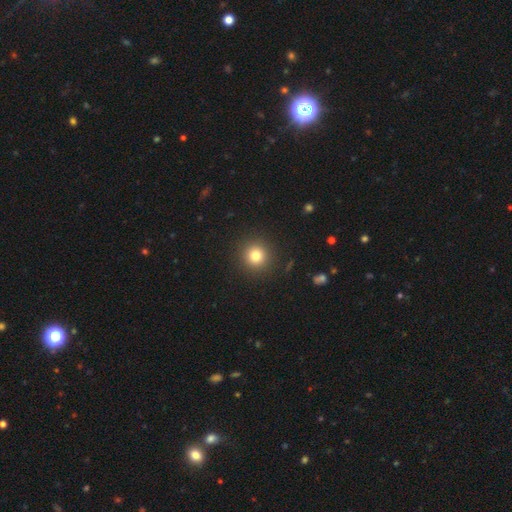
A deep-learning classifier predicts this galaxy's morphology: Smooth or featured?
  - smooth: 80% *
  - star or artifact: 12%
  - featured or disk: 7%
How rounded?
  - round: 94% *
  - in between: 5%
  - cigar-shaped: 1%
Merging?
  - none: 91% *
  - minor disturbance: 5%
  - major disturbance: 2%
  - merger: 1%